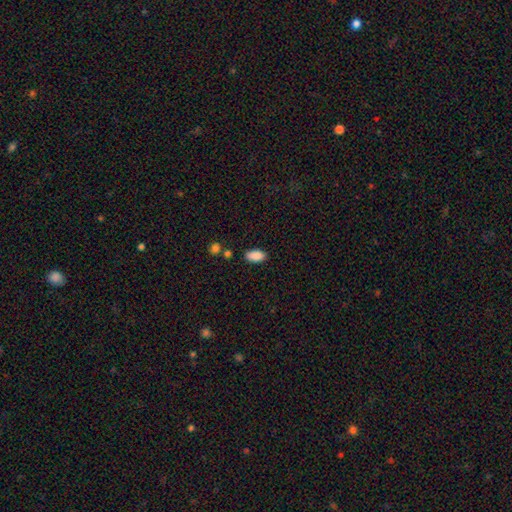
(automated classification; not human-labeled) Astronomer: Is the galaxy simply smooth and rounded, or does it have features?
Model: smooth — 89%.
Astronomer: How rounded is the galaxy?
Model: in between — 93%.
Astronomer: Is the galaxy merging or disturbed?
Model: none — 82%.